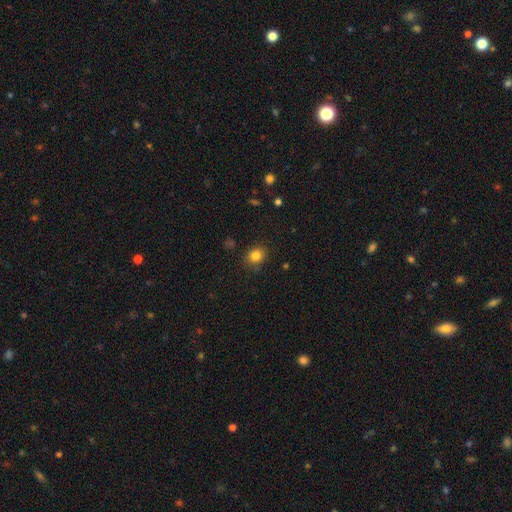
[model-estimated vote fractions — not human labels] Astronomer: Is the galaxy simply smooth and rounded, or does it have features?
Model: smooth — 83%.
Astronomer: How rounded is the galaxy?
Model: round — 72%.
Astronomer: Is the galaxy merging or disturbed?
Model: none — 86%.